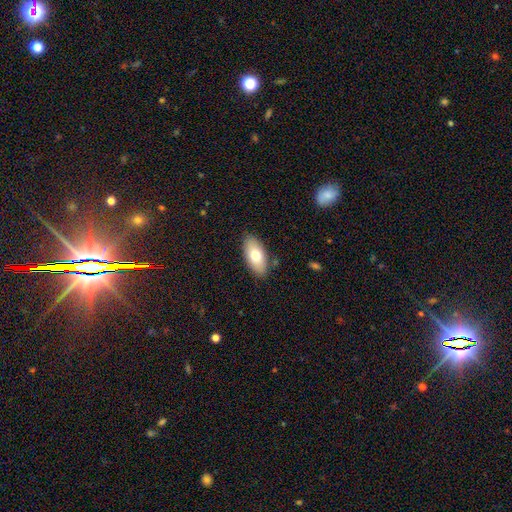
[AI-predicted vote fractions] Smooth or featured: smooth — 72% (featured or disk — 22%)
How rounded: in between — 92% (cigar-shaped — 5%)
Merging: none — 86% (minor disturbance — 10%)